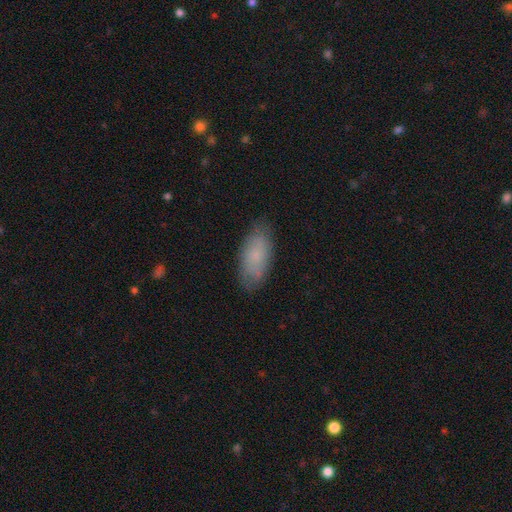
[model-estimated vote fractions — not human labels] Morphology: type=smooth (77%); roundness=in between (87%); merging=none (80%).